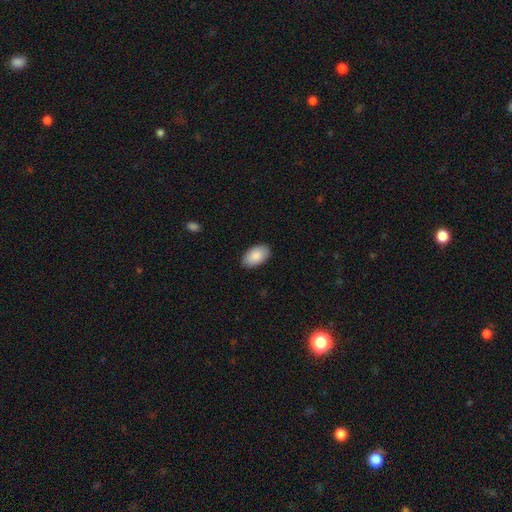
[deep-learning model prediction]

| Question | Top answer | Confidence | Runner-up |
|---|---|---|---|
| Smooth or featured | smooth | 88% | featured or disk (6%) |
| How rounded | in between | 95% | round (4%) |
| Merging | none | 88% | minor disturbance (10%) |